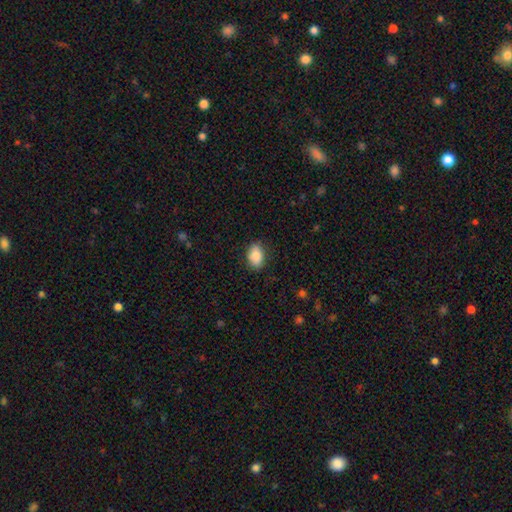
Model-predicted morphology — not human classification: smooth-or-featured: smooth: 86% | star or artifact: 7% | featured or disk: 6%
  how-rounded: in between: 86% | round: 12% | cigar-shaped: 2%
  merging: none: 85% | minor disturbance: 12% | major disturbance: 3% | merger: 1%